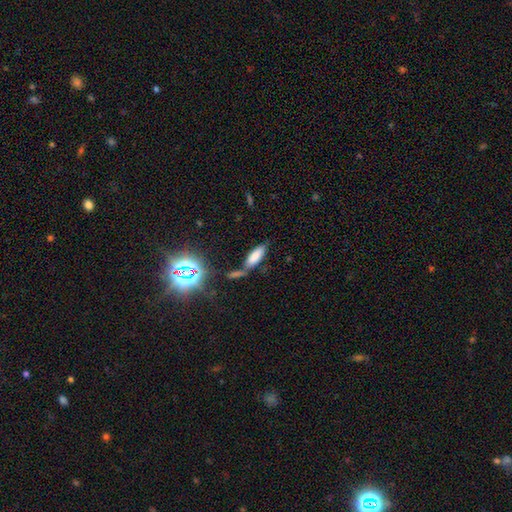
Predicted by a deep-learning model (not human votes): This appears to be a smooth galaxy with no disk features (74%) that is in between round and cigar-shaped (66%). Merging: none (55%).